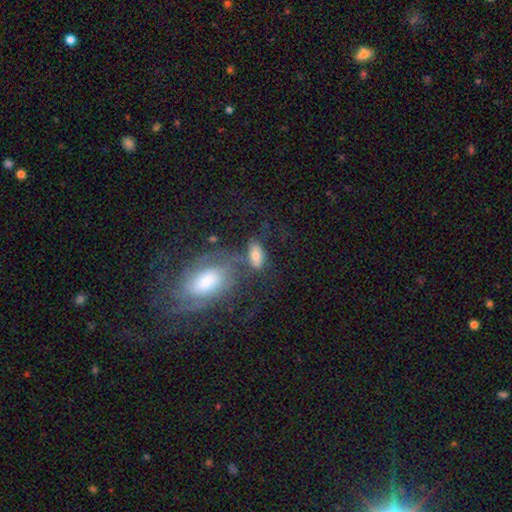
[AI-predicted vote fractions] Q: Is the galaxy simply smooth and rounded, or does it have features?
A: smooth — 54%.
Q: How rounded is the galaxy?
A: in between — 85%.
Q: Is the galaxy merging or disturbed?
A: none — 44%.